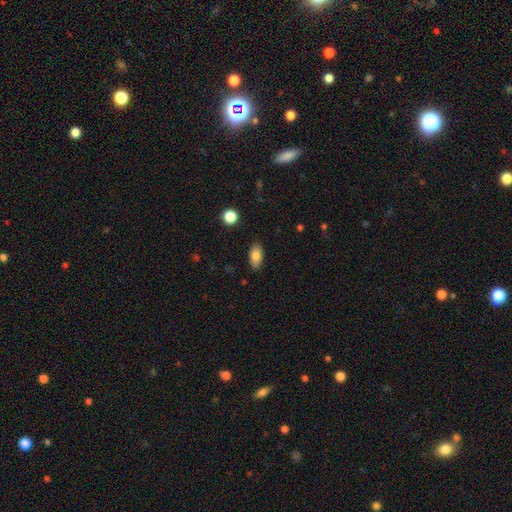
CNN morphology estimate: smooth_or_featured: smooth (p=0.81) [alt: featured or disk p=0.11]
how_rounded: in between (p=0.91) [alt: cigar-shaped p=0.05]
merging: none (p=0.87) [alt: minor disturbance p=0.09]